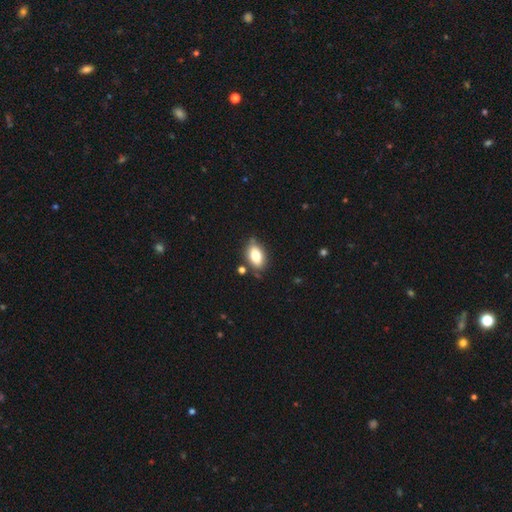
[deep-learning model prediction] smooth_or_featured: smooth (p=0.78) [alt: featured or disk p=0.14]
how_rounded: in between (p=0.88) [alt: round p=0.09]
merging: none (p=0.77) [alt: minor disturbance p=0.14]